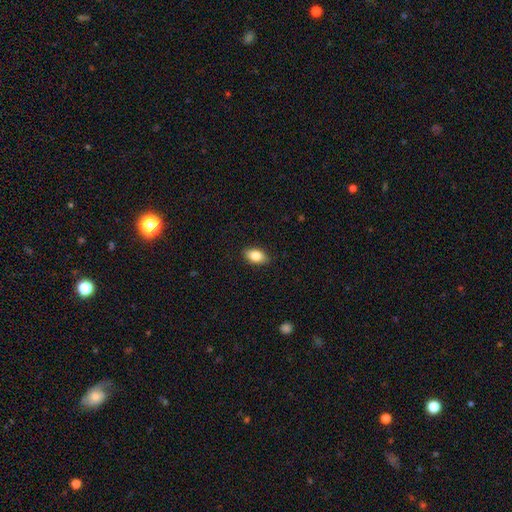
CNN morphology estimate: smooth 83%, featured or disk 9%, star or artifact 8%. Down the decision tree: how rounded — in between (88%); merging — none (87%).